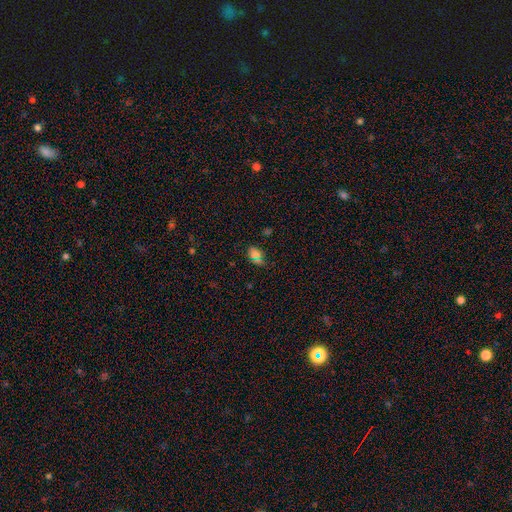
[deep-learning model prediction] The model was most divided on "smooth or featured": smooth: 64%, star or artifact: 28%, featured or disk: 7%. More confident: merging — none (78%); how rounded — in between (76%).